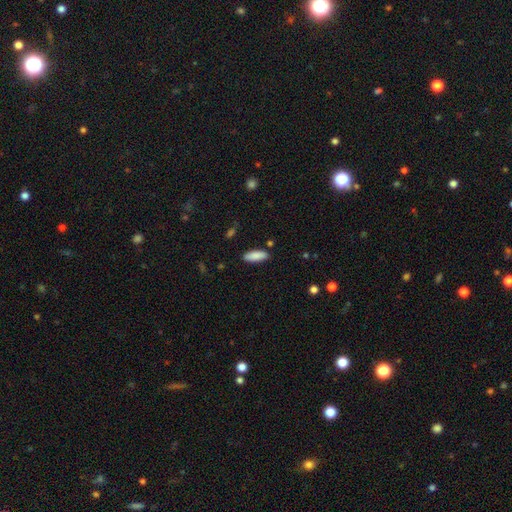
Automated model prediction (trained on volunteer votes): This appears to be a smooth galaxy with no disk features (88%) that is in between round and cigar-shaped (65%). Merging: none (87%).